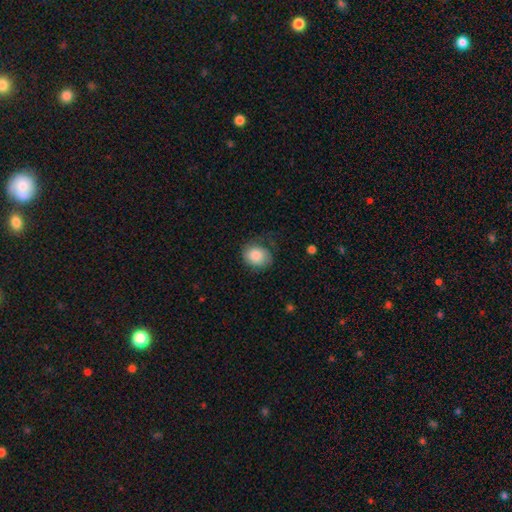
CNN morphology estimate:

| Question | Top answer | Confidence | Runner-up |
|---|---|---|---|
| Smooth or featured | smooth | 83% | featured or disk (10%) |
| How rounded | round | 53% | in between (46%) |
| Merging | none | 60% | minor disturbance (26%) |